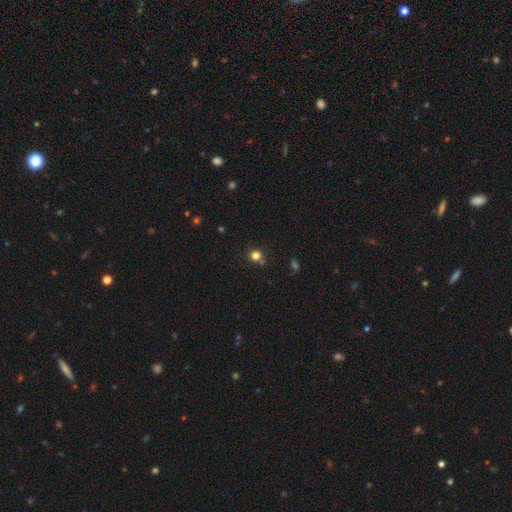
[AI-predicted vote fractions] Smooth or featured: smooth — 76% (star or artifact — 18%)
How rounded: round — 90% (in between — 9%)
Merging: none — 76% (minor disturbance — 11%)